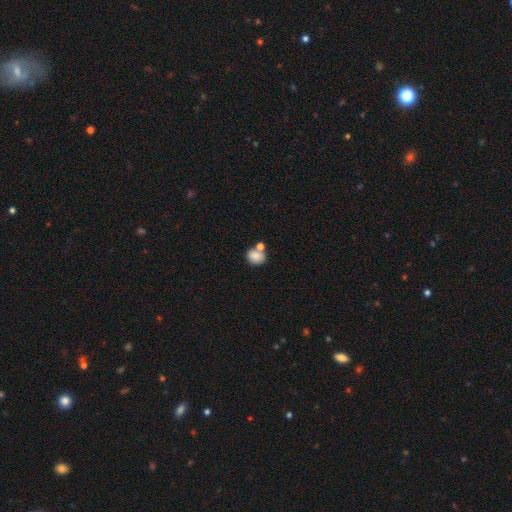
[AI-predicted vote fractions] Smooth or featured: smooth — 82% (featured or disk — 9%)
How rounded: round — 59% (in between — 40%)
Merging: none — 49% (merger — 32%)